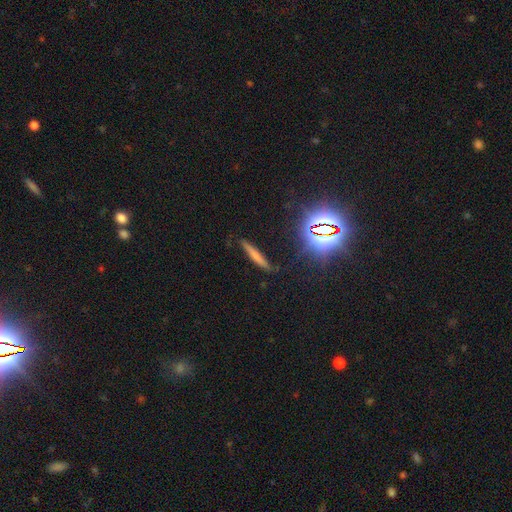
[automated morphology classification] A smooth galaxy with no disk features (61%) that is cigar-shaped (92%). Merging: none (82%).